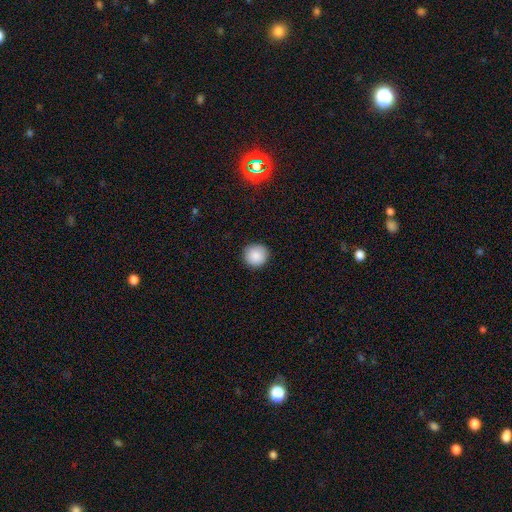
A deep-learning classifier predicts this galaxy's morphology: Overall: smooth (88%). How rounded: round (95%). Merging: none (92%).